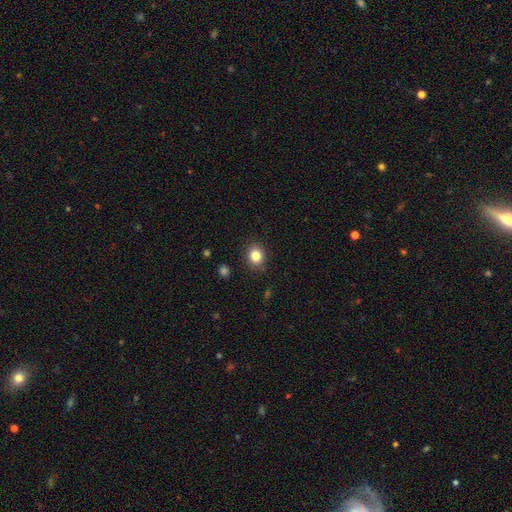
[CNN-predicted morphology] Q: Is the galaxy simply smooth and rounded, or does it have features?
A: smooth — 83%.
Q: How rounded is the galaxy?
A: round — 70%.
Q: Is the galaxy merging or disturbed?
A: none — 87%.